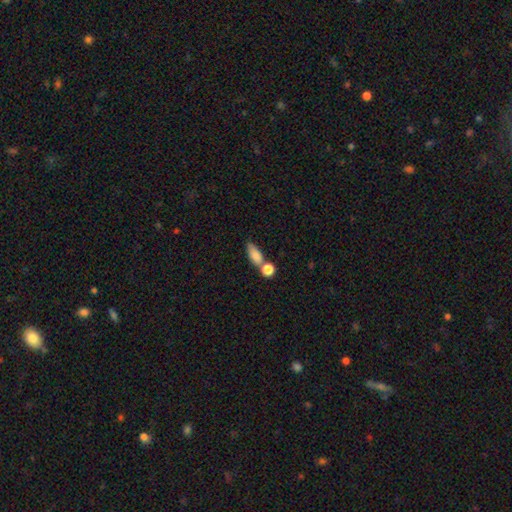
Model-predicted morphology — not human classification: Smooth or featured: smooth — 80% (featured or disk — 11%)
How rounded: in between — 73% (cigar-shaped — 16%)
Merging: none — 47% (merger — 33%)